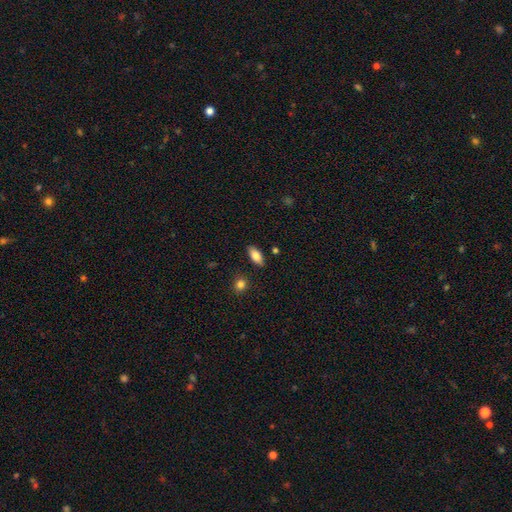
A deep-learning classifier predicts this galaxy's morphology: A smooth galaxy with no disk features (81%) that is in between round and cigar-shaped (86%).

Vote fractions:
- Smooth or featured? smooth: 81% / featured or disk: 12% / star or artifact: 7%
- How rounded? in between: 86% / cigar-shaped: 11% / round: 3%
- Merging? none: 86% / minor disturbance: 9% / merger: 2% / major disturbance: 2%